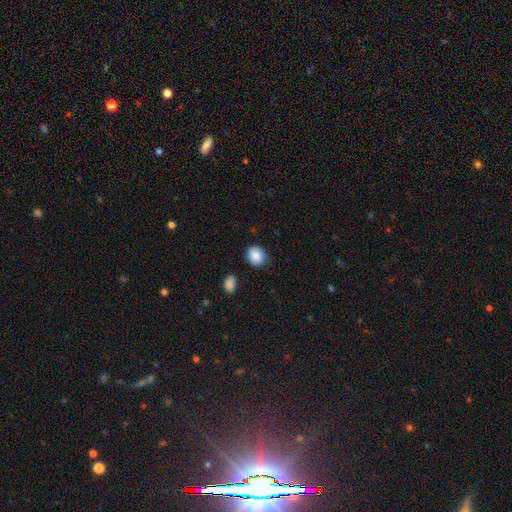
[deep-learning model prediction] A smooth galaxy with no disk features (87%) that is round (61%). Merging: none (80%).